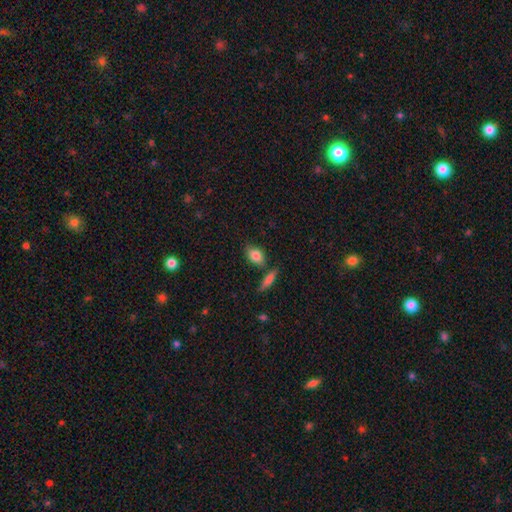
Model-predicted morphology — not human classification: This is clearly a smooth galaxy (82%). How rounded: likely in between (80%). Merging: likely none (69%).